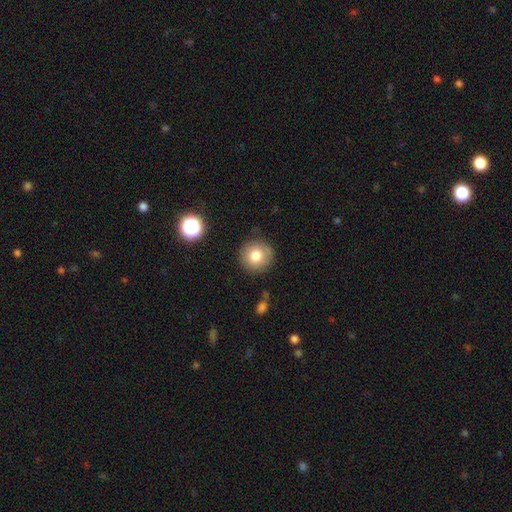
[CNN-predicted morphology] A smooth galaxy with no disk features (78%) that is round (94%).

Vote fractions:
- Smooth or featured? smooth: 78% / featured or disk: 11% / star or artifact: 10%
- How rounded? round: 94% / in between: 5% / cigar-shaped: 1%
- Merging? none: 87% / minor disturbance: 9% / major disturbance: 3% / merger: 2%